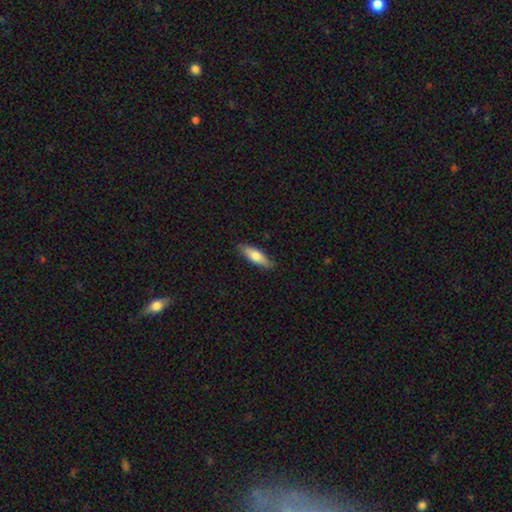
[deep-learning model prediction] Smooth or featured?
  - smooth: 72% *
  - featured or disk: 23%
  - star or artifact: 6%
How rounded?
  - in between: 51% *
  - cigar-shaped: 47%
  - round: 2%
Merging?
  - none: 84% *
  - minor disturbance: 13%
  - major disturbance: 2%
  - merger: 1%